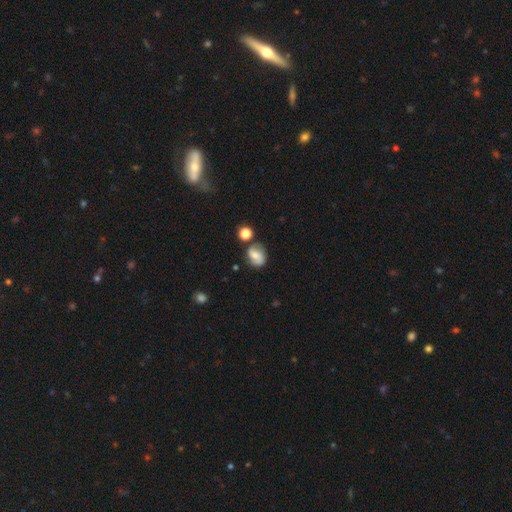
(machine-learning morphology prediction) smooth_or_featured: smooth (p=0.54) [alt: featured or disk p=0.35]
how_rounded: round (p=0.50) [alt: in between p=0.48]
merging: none (p=0.64) [alt: minor disturbance p=0.19]